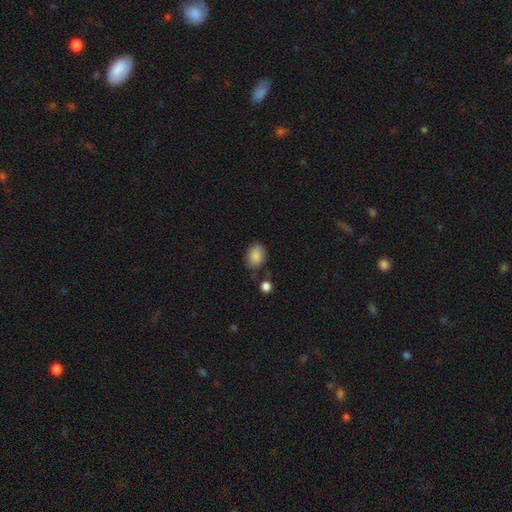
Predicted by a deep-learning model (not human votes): Q: Smooth or featured?
A: smooth (87%); runner-up: star or artifact (8%)
Q: How rounded?
A: in between (68%); runner-up: round (31%)
Q: Merging?
A: none (72%); runner-up: minor disturbance (19%)